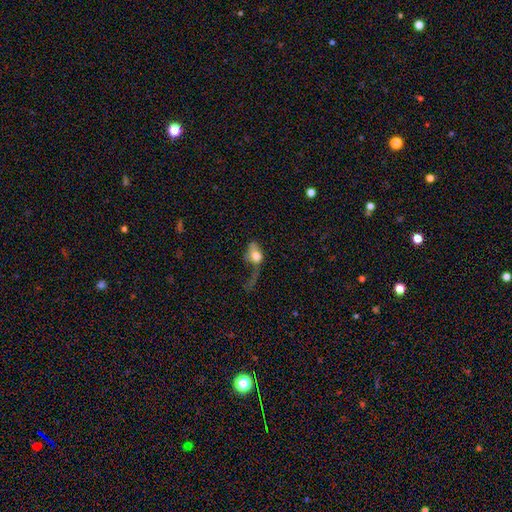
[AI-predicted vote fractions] This appears to be a smooth galaxy with no disk features (63%) that is in between round and cigar-shaped (65%). Merging: major disturbance (65%).